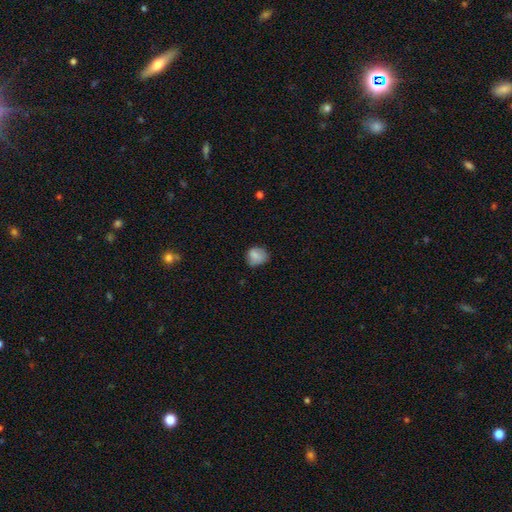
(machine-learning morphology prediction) The model was most divided on "how rounded": round: 62%, in between: 37%, cigar-shaped: 1%. More confident: smooth or featured — smooth (80%); merging — none (60%).